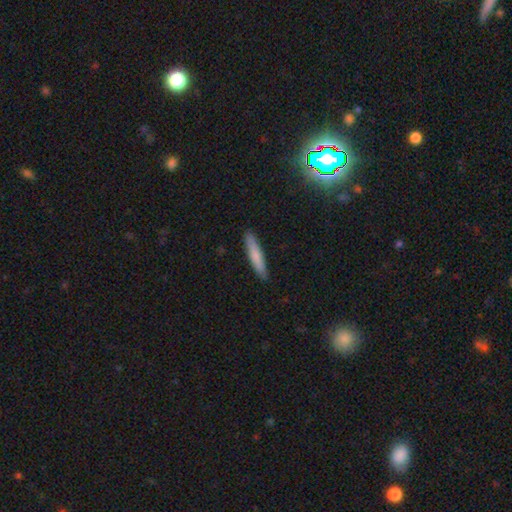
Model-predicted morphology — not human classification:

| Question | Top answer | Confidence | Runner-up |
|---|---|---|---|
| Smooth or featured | smooth | 77% | featured or disk (18%) |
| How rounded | cigar-shaped | 90% | in between (8%) |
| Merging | none | 90% | minor disturbance (8%) |